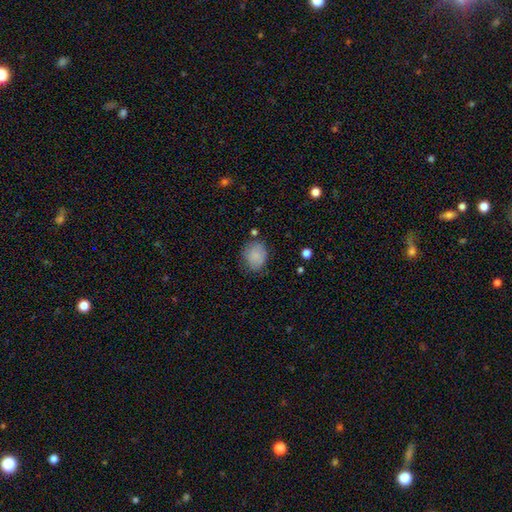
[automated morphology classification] This appears to be a smooth galaxy with no disk features (85%) that is round (62%). Merging: none (71%).